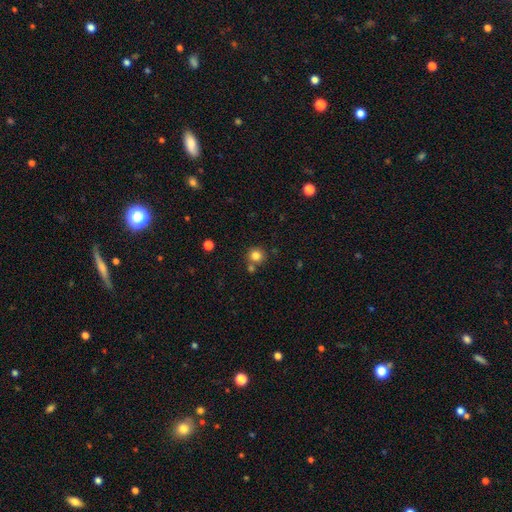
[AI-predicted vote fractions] This appears to be a smooth galaxy with no disk features (82%) that is round (91%). Merging: none (71%).